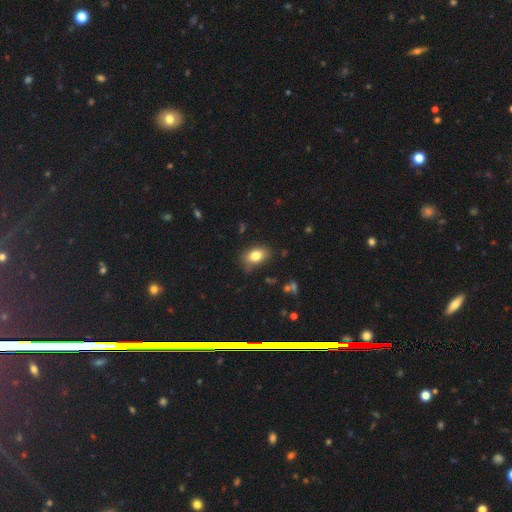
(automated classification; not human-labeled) Smooth or featured: smooth — 81% (featured or disk — 10%)
How rounded: in between — 86% (round — 12%)
Merging: none — 78% (minor disturbance — 17%)